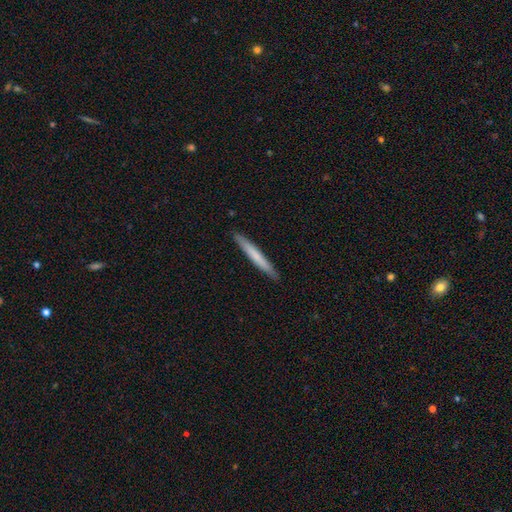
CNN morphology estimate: Overall: smooth (65%; featured or disk 29%). How rounded: cigar-shaped (97%). Merging: none (91%).